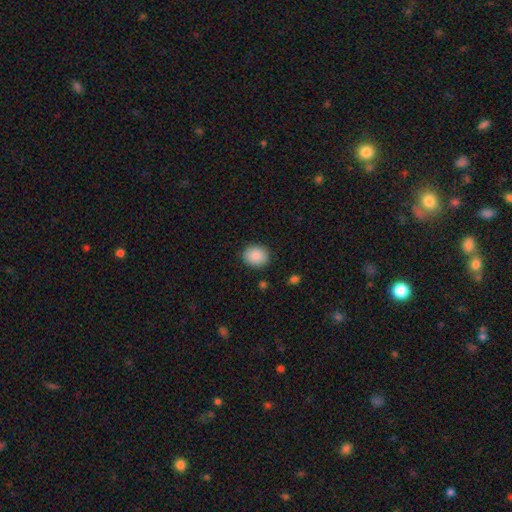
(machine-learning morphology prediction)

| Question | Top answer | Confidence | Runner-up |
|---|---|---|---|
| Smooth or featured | smooth | 88% | star or artifact (7%) |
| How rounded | round | 68% | in between (31%) |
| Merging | none | 87% | minor disturbance (9%) |